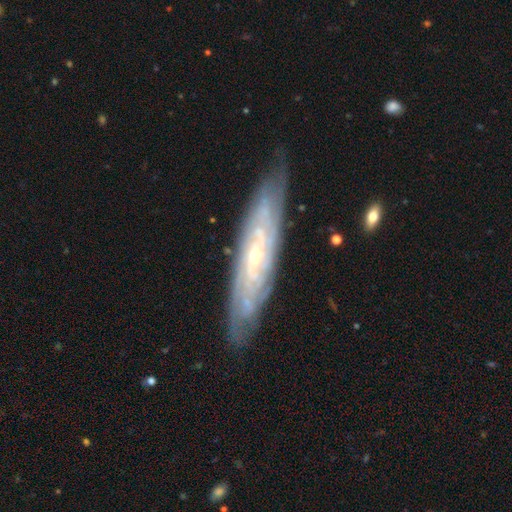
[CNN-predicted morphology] smooth-or-featured: featured or disk: 81% | smooth: 13% | star or artifact: 6%
  disk-edge-on: no: 68% | yes: 32%
    bar: no: 64% | weak: 27% | strong: 9%
    has-spiral-arms: yes: 90% | no: 10%
    bulge-size: small: 75% | moderate: 21% | none: 2% | large: 1% | dominant: 1%
  merging: none: 80% | minor disturbance: 15% | major disturbance: 3% | merger: 2%